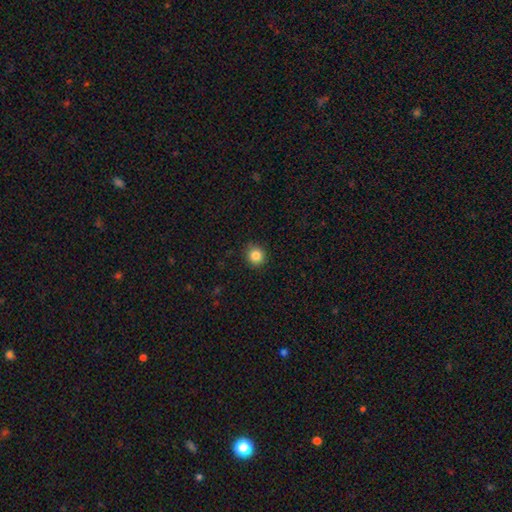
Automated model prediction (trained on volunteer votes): Q: Smooth or featured?
A: smooth (84%); runner-up: star or artifact (11%)
Q: How rounded?
A: round (90%); runner-up: in between (9%)
Q: Merging?
A: none (89%); runner-up: minor disturbance (8%)